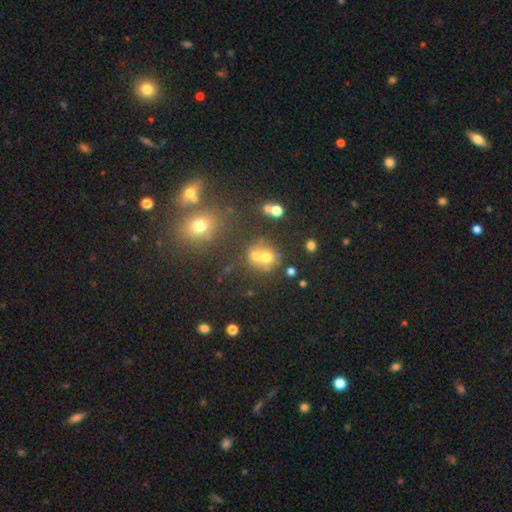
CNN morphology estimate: Smooth or featured? Predicted: smooth (p=0.62). How rounded? Predicted: round (p=0.81). Merging? Predicted: merger (p=0.44).